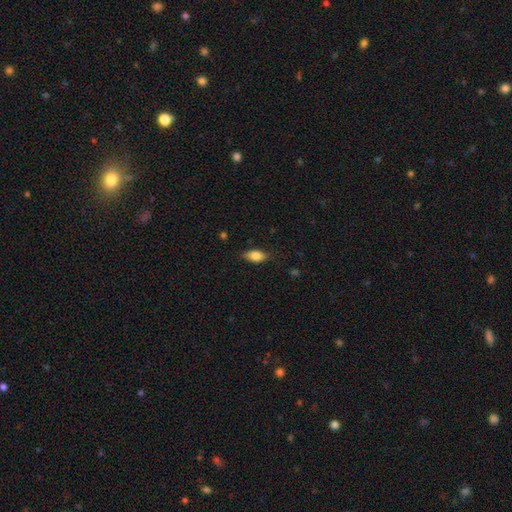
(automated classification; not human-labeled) This is likely a smooth galaxy (79%). How rounded: clearly in between (86%). Merging: likely none (80%).